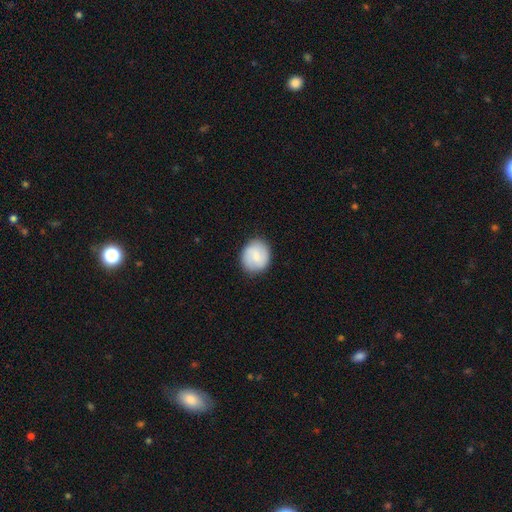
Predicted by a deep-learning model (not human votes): smooth 70%, featured or disk 24%, star or artifact 6%. Down the decision tree: how rounded — round (80%); merging — none (86%).